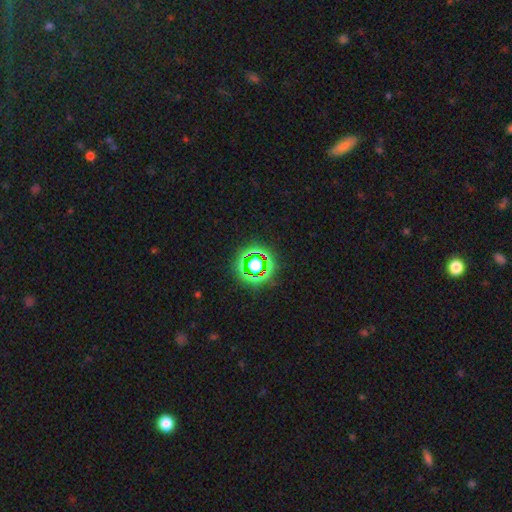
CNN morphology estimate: This appears to be a star or artifact, not a galaxy (76%).